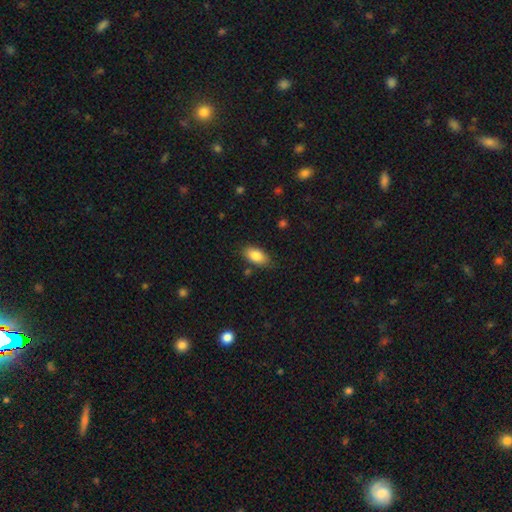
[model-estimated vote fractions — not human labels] Q: Smooth or featured?
A: smooth (84%); runner-up: featured or disk (9%)
Q: How rounded?
A: in between (91%); runner-up: cigar-shaped (5%)
Q: Merging?
A: none (82%); runner-up: minor disturbance (13%)